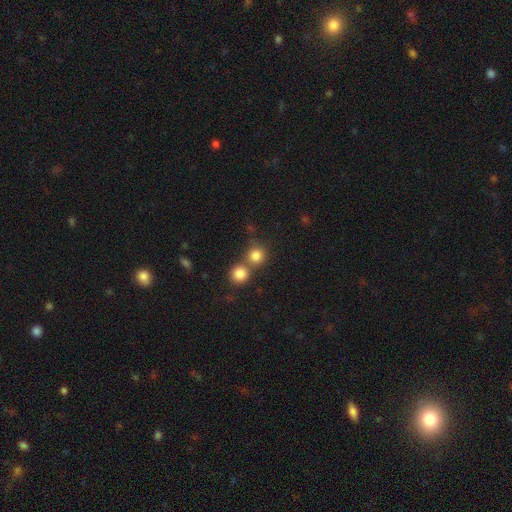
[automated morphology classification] This is clearly a smooth galaxy (83%). How rounded: clearly round (89%). Merging: possibly none (53%).